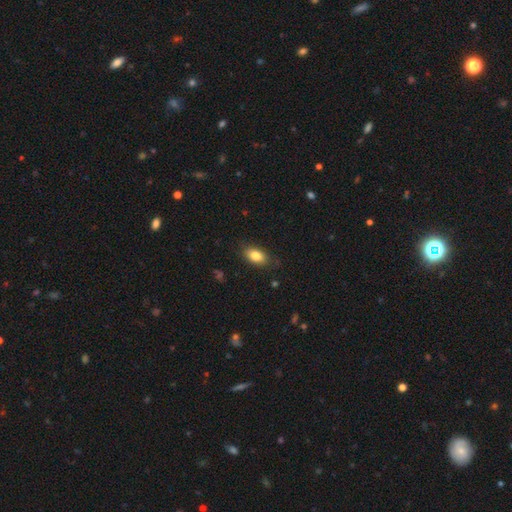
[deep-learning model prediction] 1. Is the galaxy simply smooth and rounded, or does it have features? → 84% smooth, 9% featured or disk, 8% star or artifact.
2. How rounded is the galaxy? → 89% in between, 7% round, 4% cigar-shaped.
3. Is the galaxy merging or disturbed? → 83% none, 13% minor disturbance, 3% major disturbance, 1% merger.